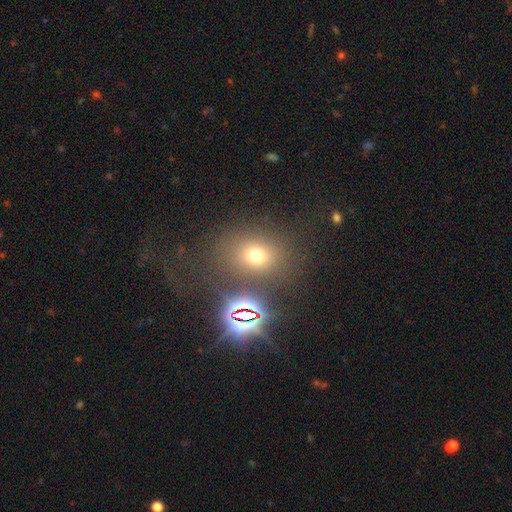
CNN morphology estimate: type=smooth (62%); roundness=round (63%); merging=none (76%).